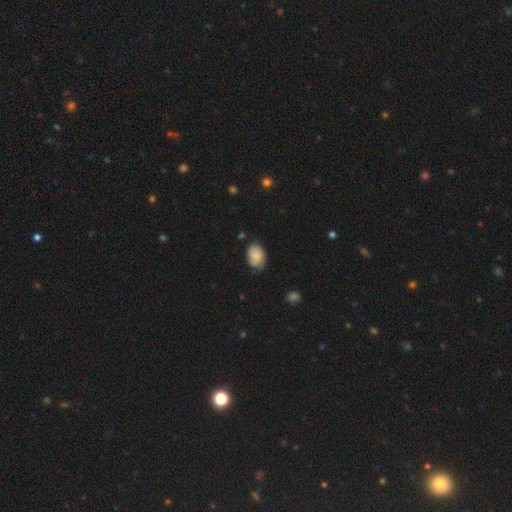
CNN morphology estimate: A smooth galaxy with no disk features (72%) that is in between round and cigar-shaped (73%).

Vote fractions:
- Smooth or featured? smooth: 72% / featured or disk: 20% / star or artifact: 8%
- How rounded? in between: 73% / round: 26% / cigar-shaped: 1%
- Merging? none: 61% / minor disturbance: 31% / major disturbance: 6% / merger: 2%